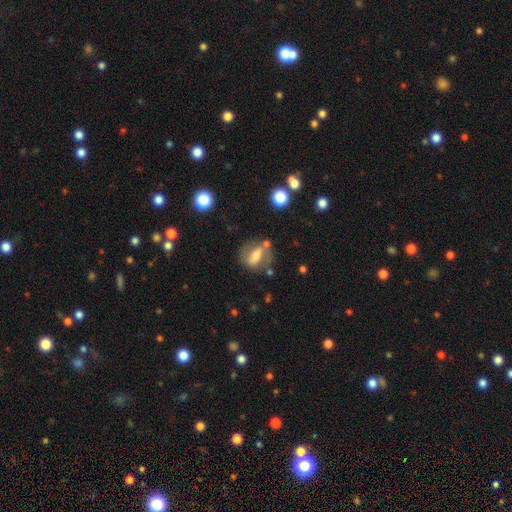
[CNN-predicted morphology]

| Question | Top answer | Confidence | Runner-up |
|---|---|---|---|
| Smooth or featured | smooth | 45% | tied: featured or disk (45%) |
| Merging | none | 59% | minor disturbance (20%) |